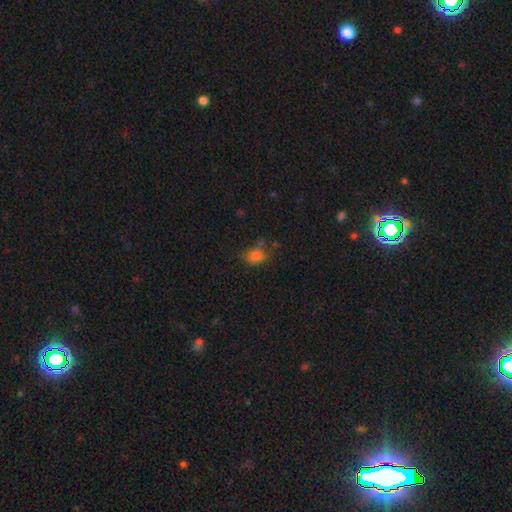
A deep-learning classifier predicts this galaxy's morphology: The model was most divided on "how rounded": in between: 58%, round: 40%, cigar-shaped: 1%. More confident: smooth or featured — smooth (78%); merging — none (54%).